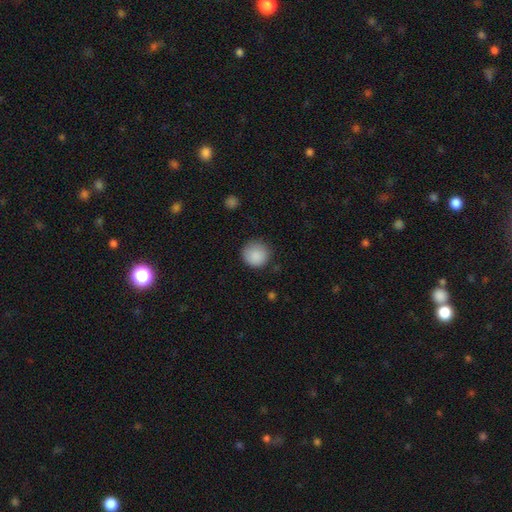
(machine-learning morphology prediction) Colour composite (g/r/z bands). It shows a smooth galaxy with no disk features (88%) that is round (94%). Merging: none (85%).